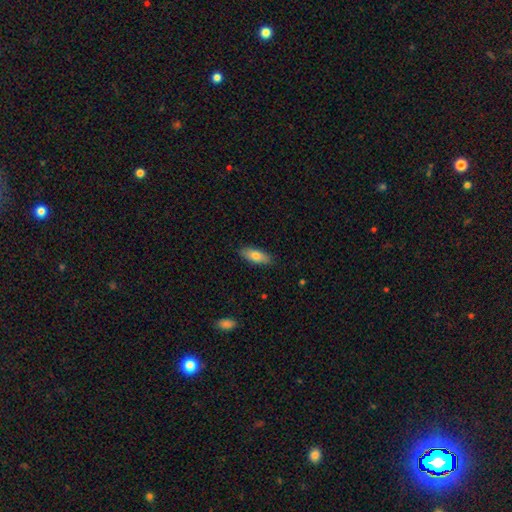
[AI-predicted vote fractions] Smooth or featured: smooth — 77% (featured or disk — 17%)
How rounded: in between — 72% (cigar-shaped — 25%)
Merging: none — 88% (minor disturbance — 9%)